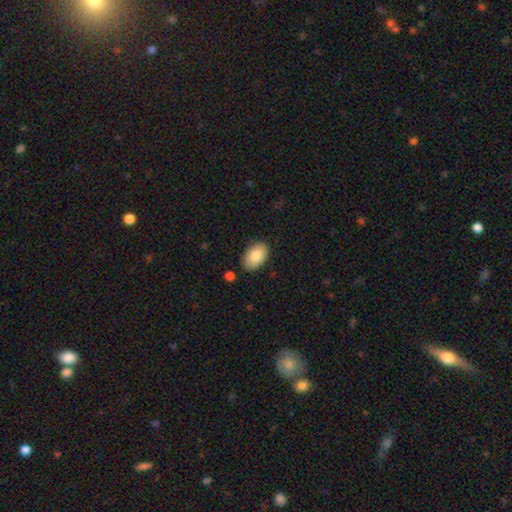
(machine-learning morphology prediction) Smooth or featured? smooth (83%)
How rounded? in between (92%)
Merging? none (86%)